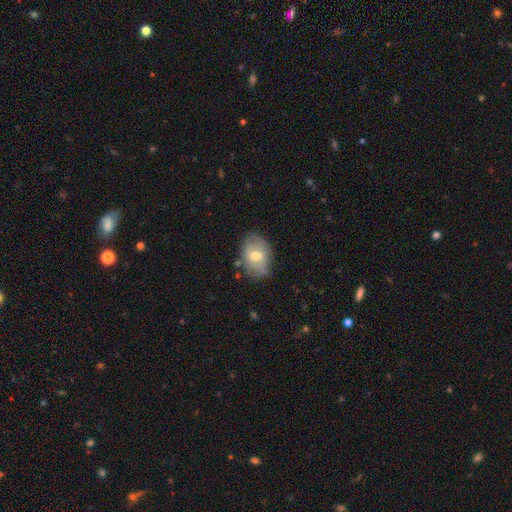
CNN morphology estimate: smooth_or_featured: featured or disk (p=0.47) [alt: smooth p=0.45]
merging: none (p=0.65) [alt: minor disturbance p=0.26]